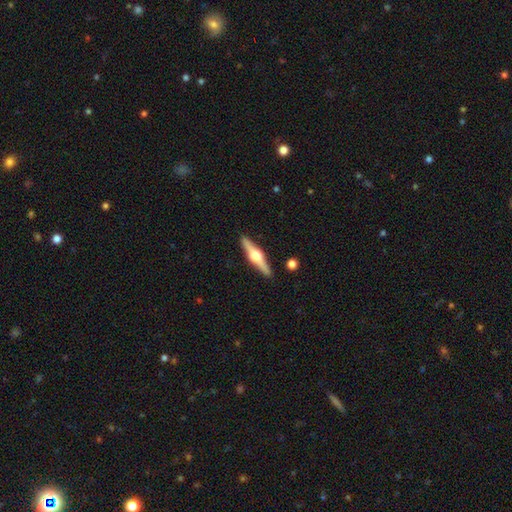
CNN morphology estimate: smooth-or-featured: featured or disk: 76% | smooth: 19% | star or artifact: 5%
  disk-edge-on: yes: 98% | no: 2%
    edge-on-bulge: rounded: 95% | boxy: 3% | none: 1%
  merging: none: 91% | minor disturbance: 6% | merger: 2% | major disturbance: 1%